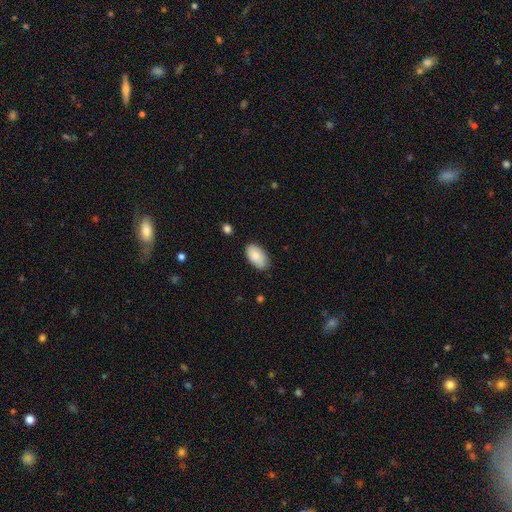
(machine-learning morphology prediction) Smooth or featured? Predicted: smooth (p=0.84). How rounded? Predicted: in between (p=0.95). Merging? Predicted: none (p=0.78).